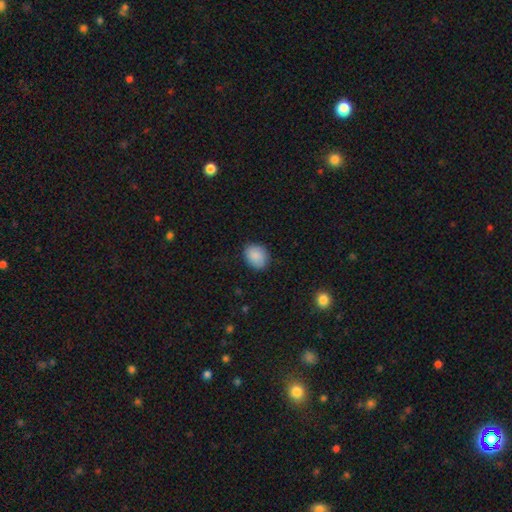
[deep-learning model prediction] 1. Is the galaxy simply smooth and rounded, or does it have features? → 88% smooth, 7% star or artifact, 5% featured or disk.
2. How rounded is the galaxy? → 50% round, 49% in between, 1% cigar-shaped.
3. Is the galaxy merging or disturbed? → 84% none, 13% minor disturbance, 3% major disturbance, 1% merger.